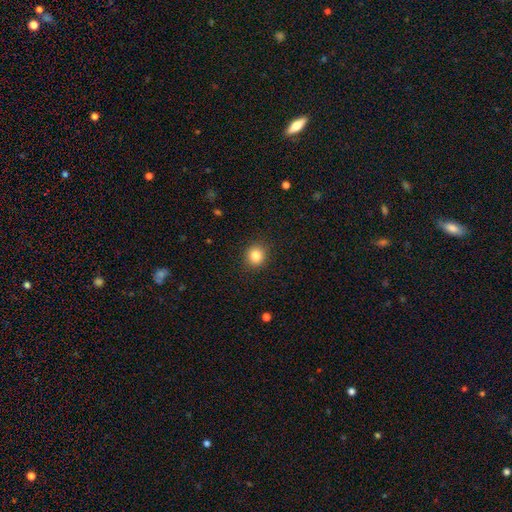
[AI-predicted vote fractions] Q: Smooth or featured?
A: smooth (85%); runner-up: star or artifact (10%)
Q: How rounded?
A: round (84%); runner-up: in between (15%)
Q: Merging?
A: none (91%); runner-up: minor disturbance (6%)